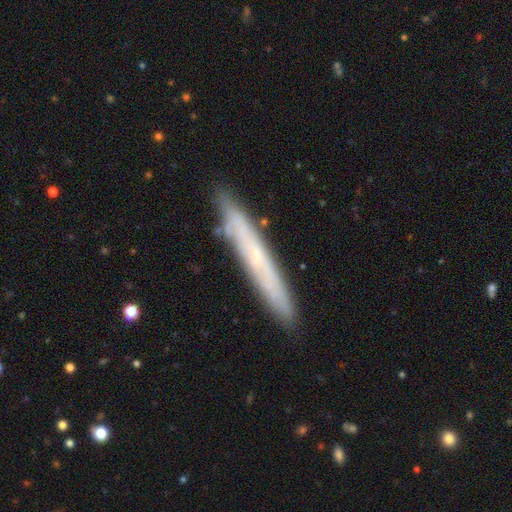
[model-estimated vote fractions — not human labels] A featured or disk galaxy (57%) viewed edge-on (81%).

Vote fractions:
- Smooth or featured? featured or disk: 57% / smooth: 36% / star or artifact: 7%
- Edge-on disk? yes: 81% / no: 19%
- Merging? none: 87% / minor disturbance: 10% / major disturbance: 2% / merger: 1%